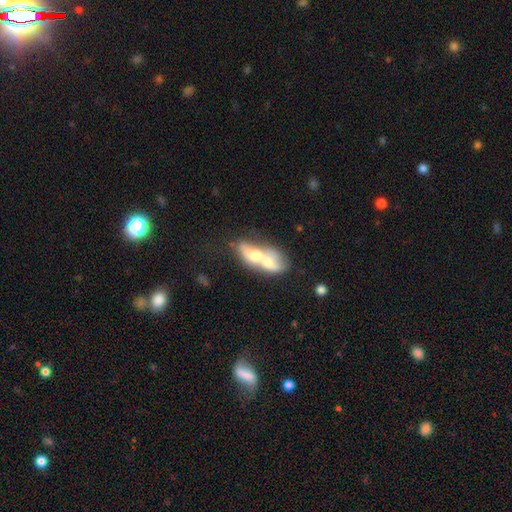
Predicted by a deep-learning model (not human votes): The model was most divided on "smooth or featured": smooth: 47%, featured or disk: 46%, star or artifact: 7%. More confident: merging — merger (73%).